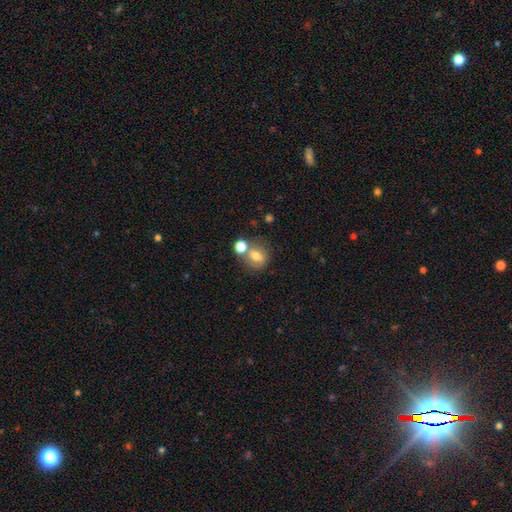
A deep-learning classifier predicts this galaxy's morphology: Overall: smooth (72%). How rounded: round (65%; in between 34%). Merging: none (49%; merger 32%).